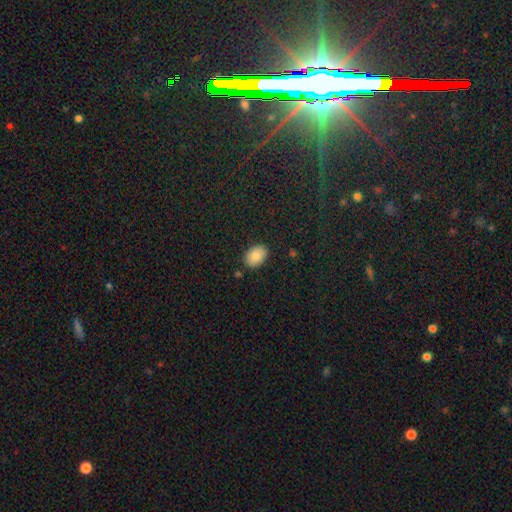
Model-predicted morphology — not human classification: Overall: smooth (86%). How rounded: in between (84%). Merging: none (86%).